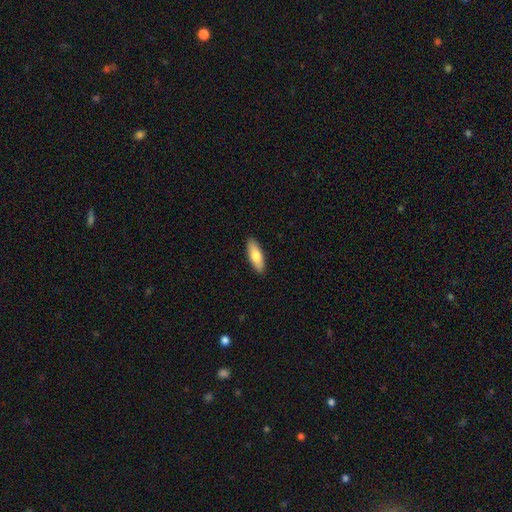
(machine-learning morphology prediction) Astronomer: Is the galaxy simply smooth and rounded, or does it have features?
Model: smooth — 75%.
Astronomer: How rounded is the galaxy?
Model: in between — 63%.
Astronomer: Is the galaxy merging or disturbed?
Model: none — 90%.